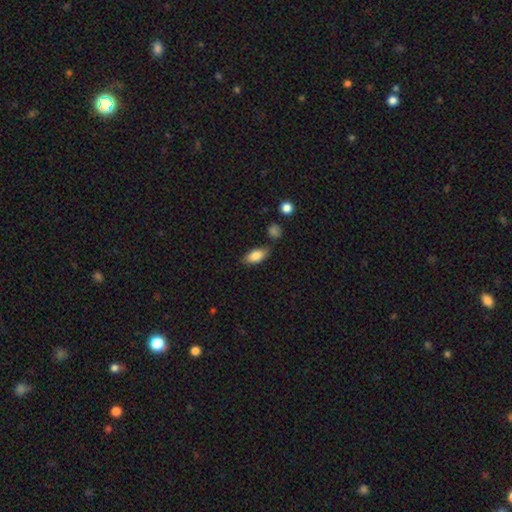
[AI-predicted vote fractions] Q: Smooth or featured?
A: smooth (81%); runner-up: featured or disk (12%)
Q: How rounded?
A: in between (87%); runner-up: cigar-shaped (9%)
Q: Merging?
A: none (75%); runner-up: minor disturbance (17%)